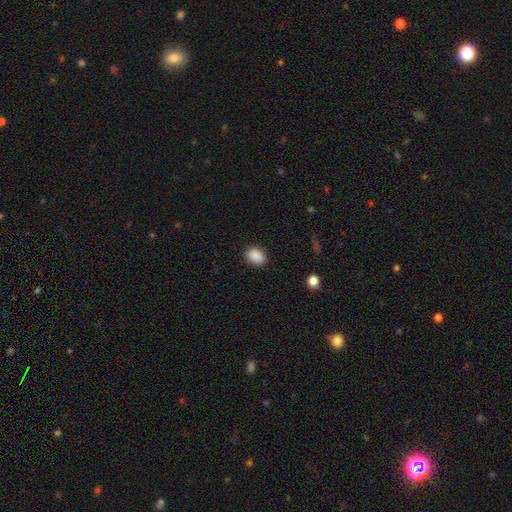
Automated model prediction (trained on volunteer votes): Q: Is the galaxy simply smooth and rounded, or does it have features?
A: smooth — 89%.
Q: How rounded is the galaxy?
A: in between — 75%.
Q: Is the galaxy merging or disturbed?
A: none — 88%.